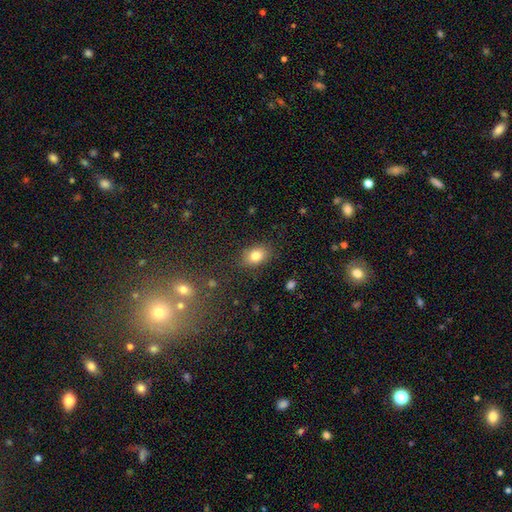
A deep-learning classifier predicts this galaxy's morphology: smooth-or-featured: smooth: 82% | star or artifact: 10% | featured or disk: 9%
  how-rounded: in between: 78% | round: 21% | cigar-shaped: 1%
  merging: none: 85% | minor disturbance: 11% | major disturbance: 3% | merger: 2%